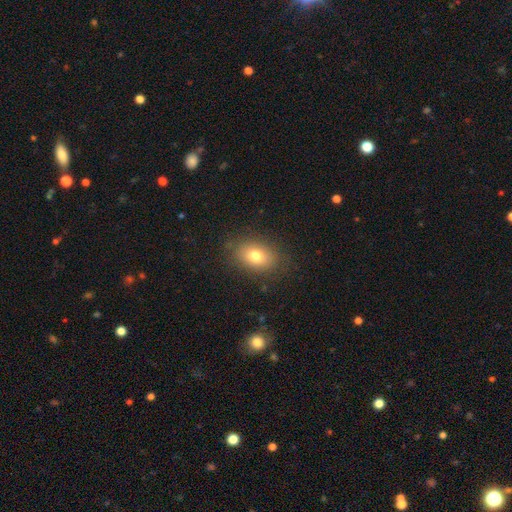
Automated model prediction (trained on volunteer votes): This is likely a smooth galaxy (76%). How rounded: likely in between (76%). Merging: clearly none (84%).